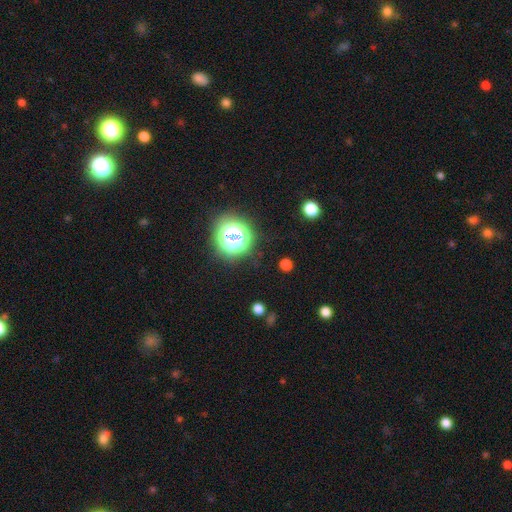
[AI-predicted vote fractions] Overall: star or artifact (78%).